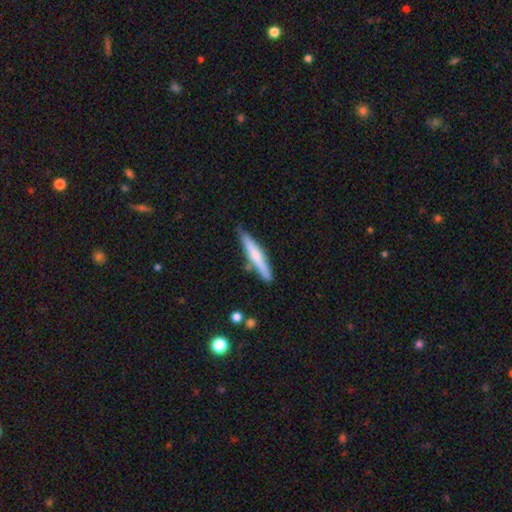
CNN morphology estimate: Smooth or featured: smooth — 57% (featured or disk — 38%)
How rounded: cigar-shaped — 93% (in between — 6%)
Merging: none — 80% (minor disturbance — 14%)